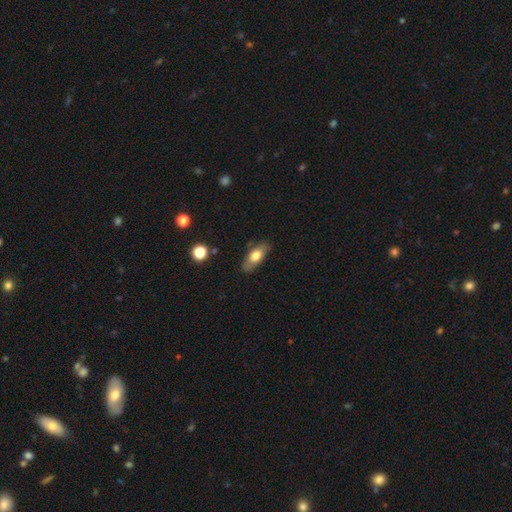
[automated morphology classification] This is likely a smooth galaxy (65%). How rounded: likely in between (76%). Merging: clearly none (82%).